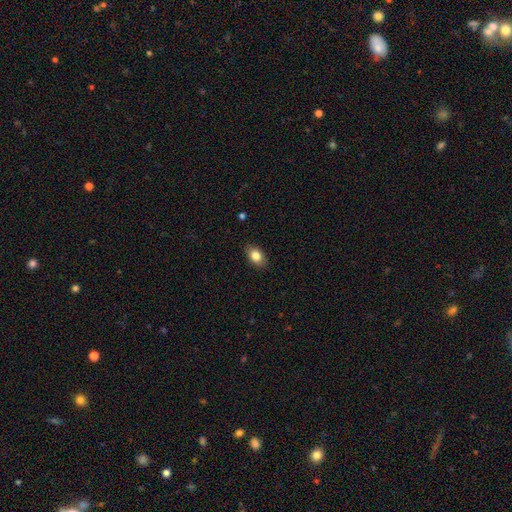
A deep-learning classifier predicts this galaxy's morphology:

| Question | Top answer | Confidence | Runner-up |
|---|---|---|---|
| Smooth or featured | smooth | 83% | featured or disk (9%) |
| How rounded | in between | 85% | round (13%) |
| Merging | none | 87% | minor disturbance (10%) |